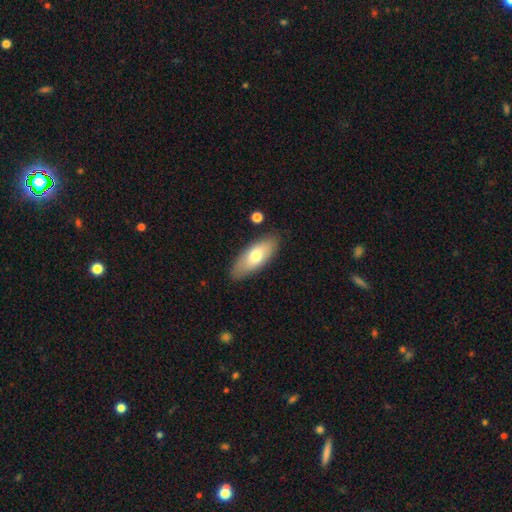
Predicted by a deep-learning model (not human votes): Morphology: type=smooth (69%); roundness=in between (80%); merging=none (85%).